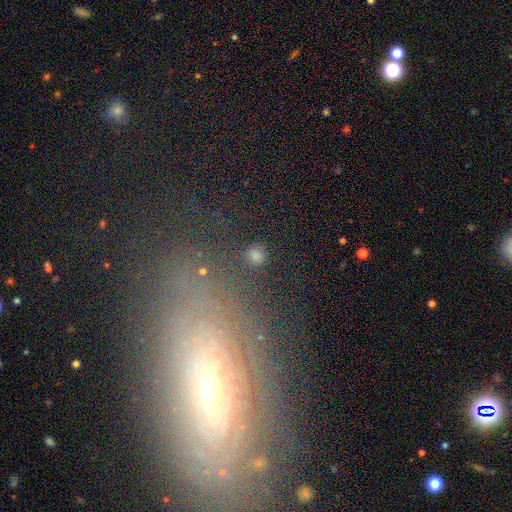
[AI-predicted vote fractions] smooth-or-featured: smooth: 74% | star or artifact: 20% | featured or disk: 6%
  how-rounded: round: 93% | in between: 6% | cigar-shaped: 1%
  merging: none: 86% | minor disturbance: 8% | major disturbance: 4% | merger: 3%